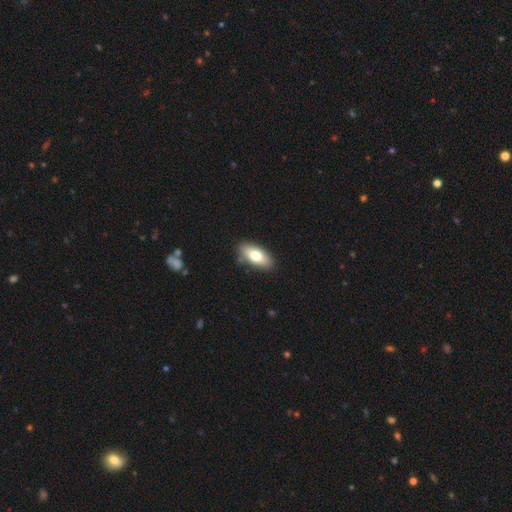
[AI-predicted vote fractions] Smooth or featured? smooth (75%)
How rounded? in between (86%)
Merging? none (86%)